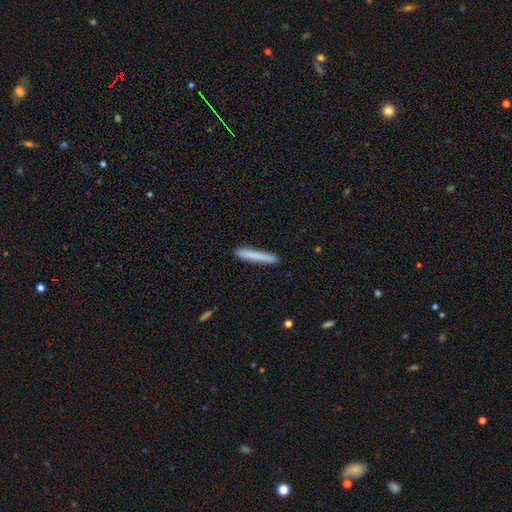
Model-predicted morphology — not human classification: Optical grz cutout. It shows a smooth galaxy with no disk features (79%) that is cigar-shaped (96%). Merging: none (92%).